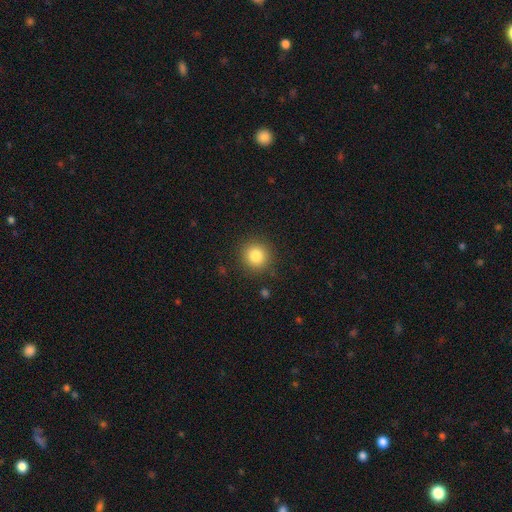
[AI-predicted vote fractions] Smooth or featured? Predicted: smooth (p=0.83). How rounded? Predicted: round (p=0.93). Merging? Predicted: none (p=0.89).